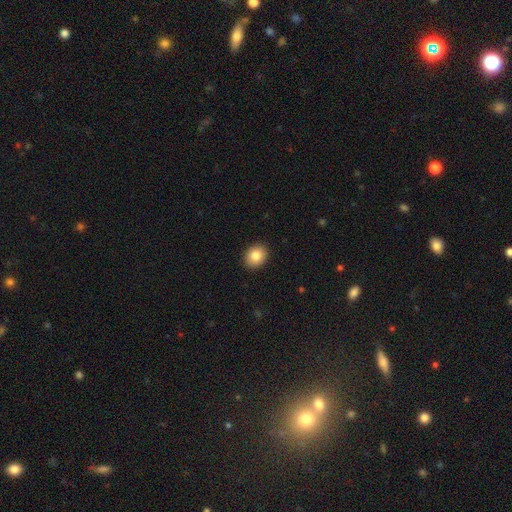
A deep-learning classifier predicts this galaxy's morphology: The model was most divided on "how rounded": round: 57%, in between: 43%, cigar-shaped: 1%. More confident: merging — none (91%); smooth or featured — smooth (84%).